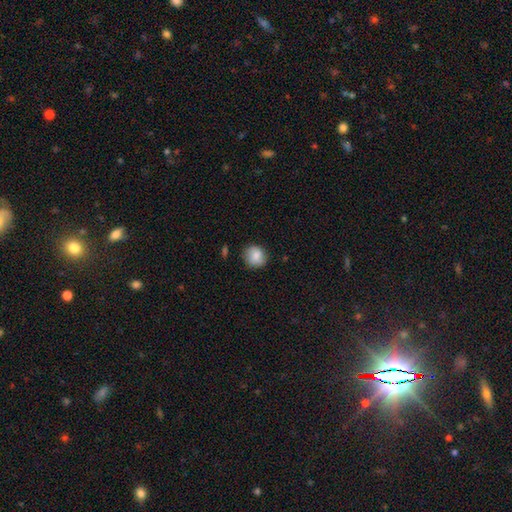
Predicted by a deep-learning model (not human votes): A smooth galaxy with no disk features (84%) that is round (86%). Merging: none (81%).